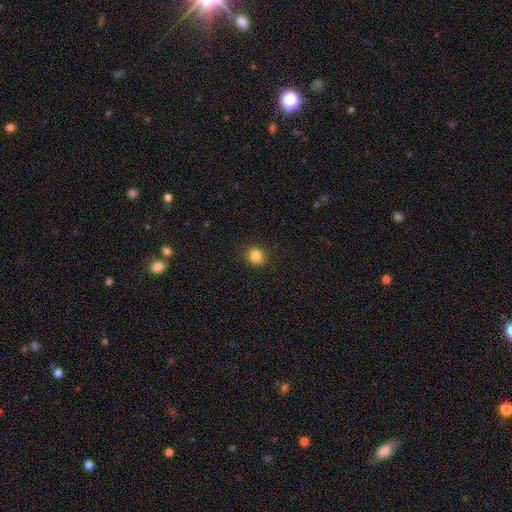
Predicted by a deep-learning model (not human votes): smooth 83%, star or artifact 12%, featured or disk 5%. Down the decision tree: how rounded — round (81%); merging — none (91%).